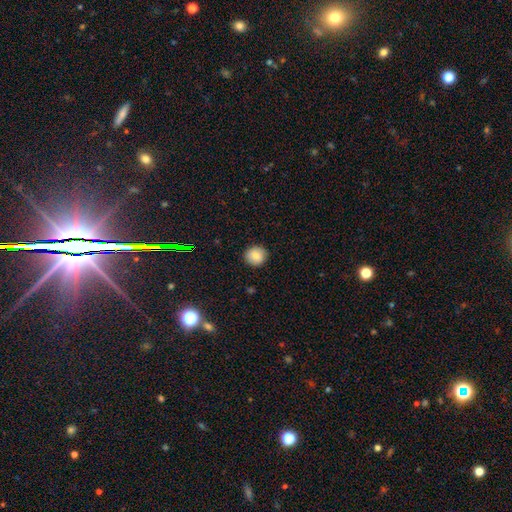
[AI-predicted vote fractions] Q: Smooth or featured?
A: smooth (84%); runner-up: star or artifact (9%)
Q: How rounded?
A: round (90%); runner-up: in between (9%)
Q: Merging?
A: none (90%); runner-up: minor disturbance (7%)